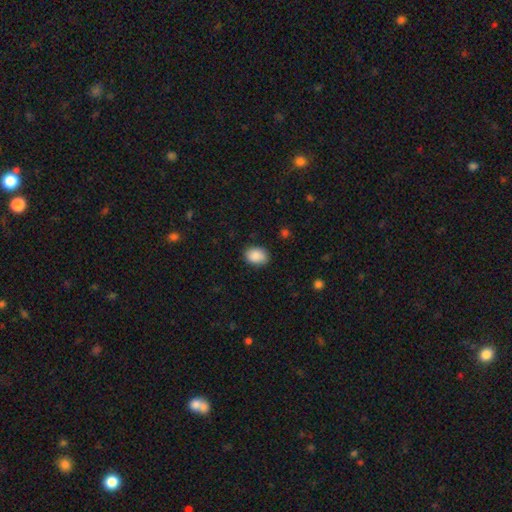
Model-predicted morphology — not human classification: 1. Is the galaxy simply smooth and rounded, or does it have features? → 89% smooth, 7% star or artifact, 3% featured or disk.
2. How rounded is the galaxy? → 72% in between, 27% round, 1% cigar-shaped.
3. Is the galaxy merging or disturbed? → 83% none, 13% minor disturbance, 3% major disturbance, 1% merger.